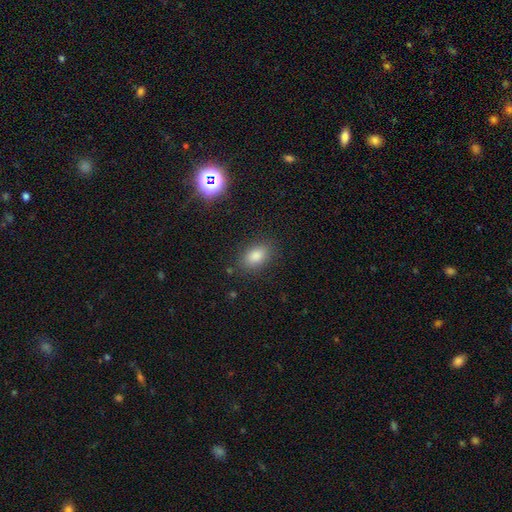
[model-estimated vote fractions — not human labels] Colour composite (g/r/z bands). It shows a smooth galaxy with no disk features (80%) that is in between round and cigar-shaped (84%). Merging: none (85%).